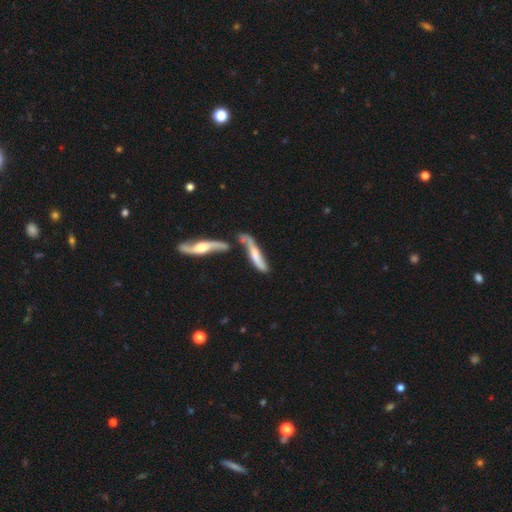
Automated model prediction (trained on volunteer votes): A featured or disk galaxy (50%) viewed edge-on (56%). Merging: merger (46%).